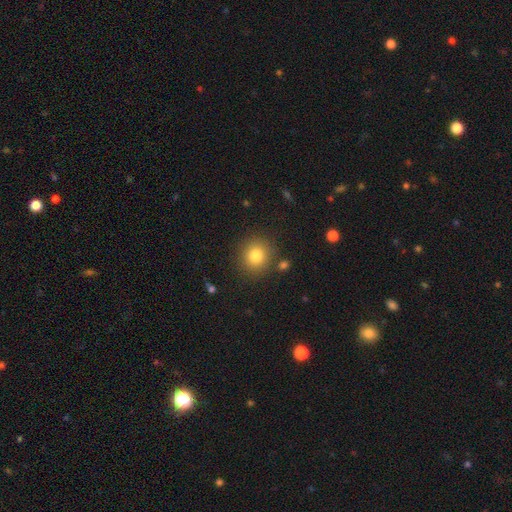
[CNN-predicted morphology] Overall: smooth (81%). How rounded: round (87%). Merging: none (86%).